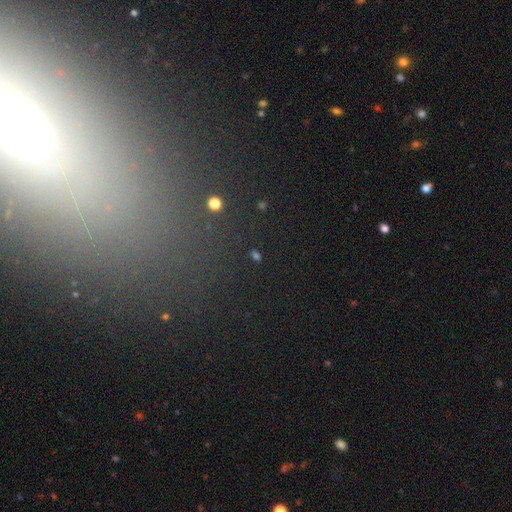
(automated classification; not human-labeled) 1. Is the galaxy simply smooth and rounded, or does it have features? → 48% star or artifact, 41% smooth, 11% featured or disk.